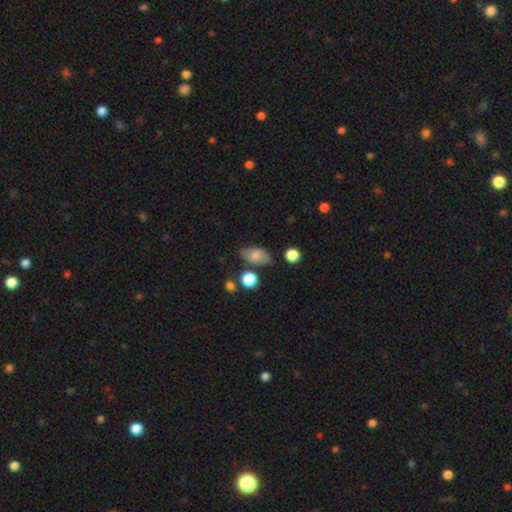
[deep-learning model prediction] Overall: smooth (68%). How rounded: in between (86%). Merging: none (66%).